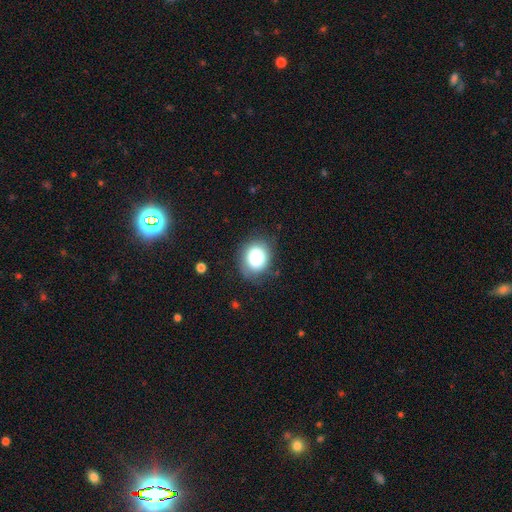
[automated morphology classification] smooth 82%, featured or disk 10%, star or artifact 8%. Down the decision tree: how rounded — round (60%); merging — none (77%).